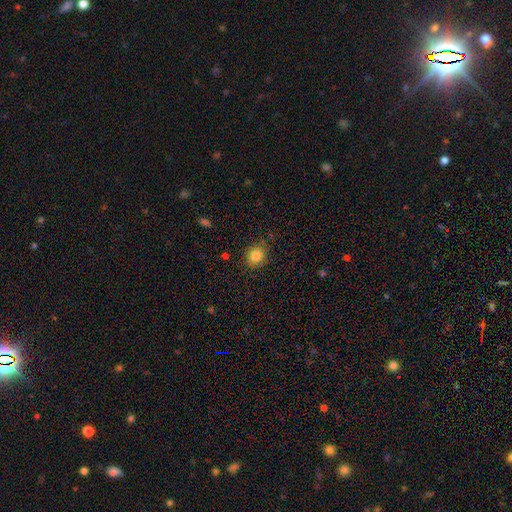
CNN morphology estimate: This appears to be a smooth galaxy with no disk features (84%) that is round (76%). Merging: none (85%).